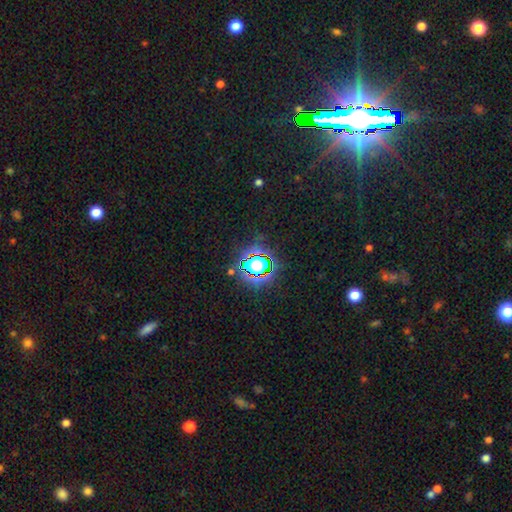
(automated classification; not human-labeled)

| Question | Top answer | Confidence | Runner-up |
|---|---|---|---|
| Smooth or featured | star or artifact | 82% | smooth (10%) |